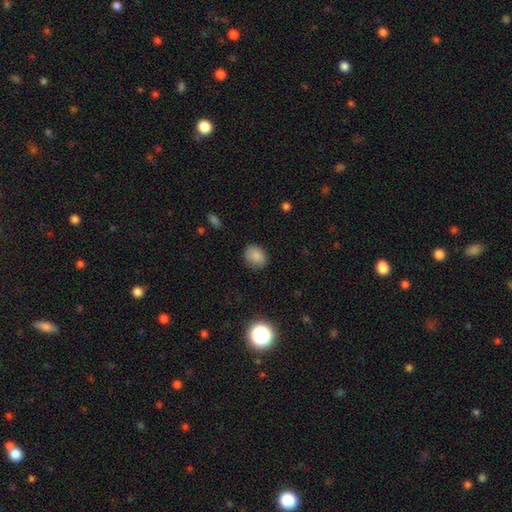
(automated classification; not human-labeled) Smooth or featured? smooth (85%)
How rounded? in between (54%)
Merging? none (83%)